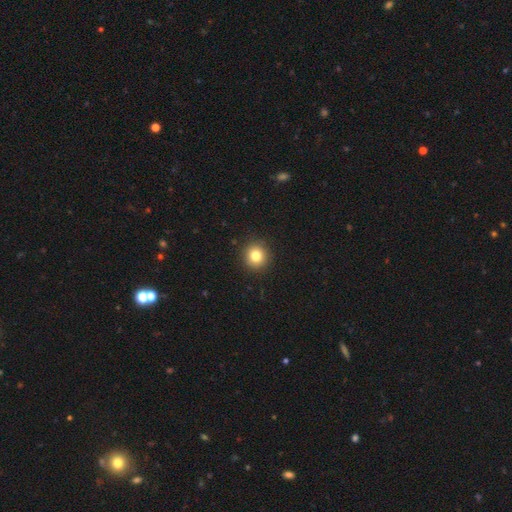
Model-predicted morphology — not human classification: The model was most divided on "smooth or featured": smooth: 82%, star or artifact: 11%, featured or disk: 7%. More confident: how rounded — round (93%); merging — none (92%).